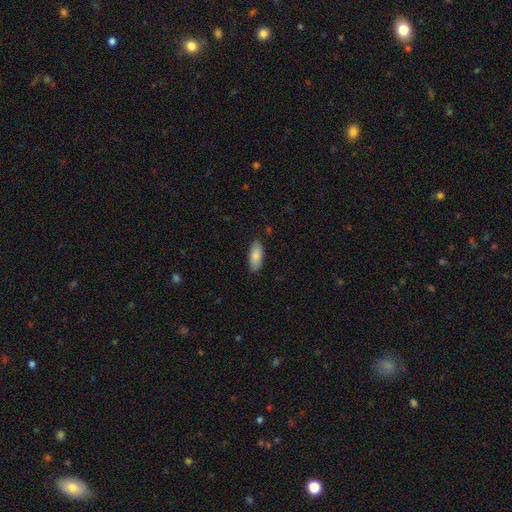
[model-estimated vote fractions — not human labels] smooth 85%, featured or disk 9%, star or artifact 6%. Down the decision tree: how rounded — in between (83%); merging — none (85%).